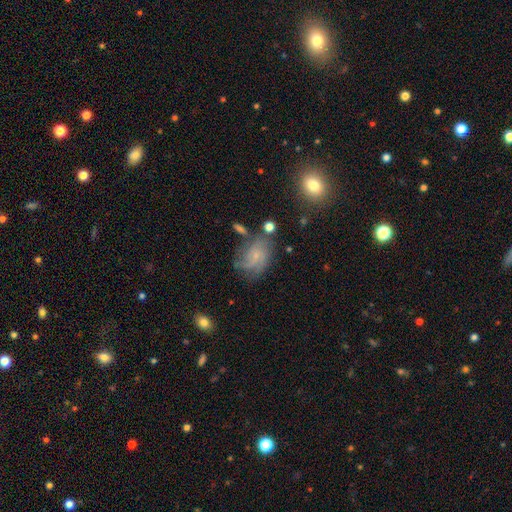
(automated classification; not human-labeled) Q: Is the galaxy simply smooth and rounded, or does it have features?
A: featured or disk — 65%.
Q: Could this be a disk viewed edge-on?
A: no — 97%.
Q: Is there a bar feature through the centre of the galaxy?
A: no — 70%.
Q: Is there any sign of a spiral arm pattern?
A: yes — 89%.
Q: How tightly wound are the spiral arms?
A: medium — 41%.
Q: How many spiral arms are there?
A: can't tell — 32%.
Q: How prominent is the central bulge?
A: small — 76%.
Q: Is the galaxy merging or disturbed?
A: none — 54%.